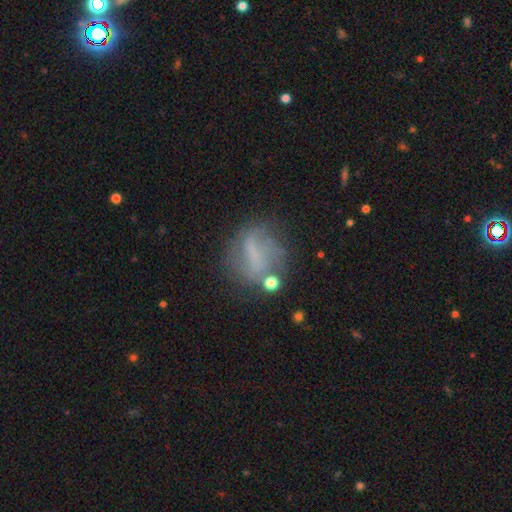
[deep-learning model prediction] smooth_or_featured: smooth (p=0.43) [alt: featured or disk p=0.42]
merging: none (p=0.51) [alt: minor disturbance p=0.23]